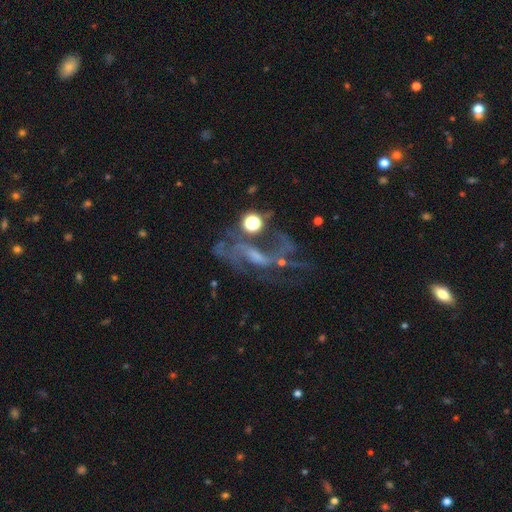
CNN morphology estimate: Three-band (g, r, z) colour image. It shows a featured or disk galaxy (74%) with a weak bar (42%), 2 (50%) loose (54%) spiral arms (77%) and a small central bulge (41%). Merging: none (37%).